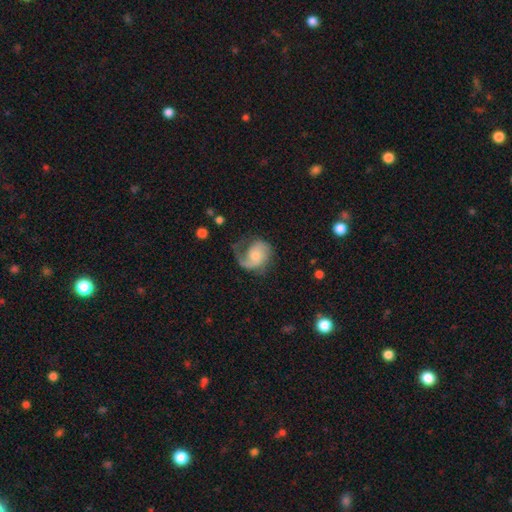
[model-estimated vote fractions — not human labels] Smooth or featured: featured or disk — 77% (smooth — 17%)
Edge-on disk: no — 98% (yes — 2%)
Bar: no — 62% (weak — 33%)
Spiral arms: yes — 95% (no — 5%)
Spiral winding: medium — 44% (loose — 36%)
Spiral arm count: 2 — 48% (1 — 44%)
Bulge size: small — 37% (moderate — 35%)
Merging: none — 48% (major disturbance — 27%)